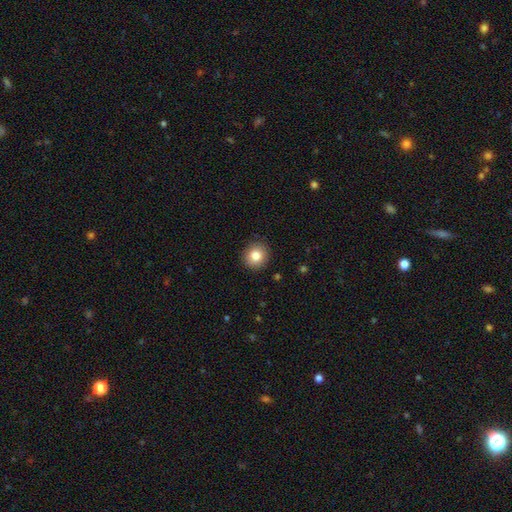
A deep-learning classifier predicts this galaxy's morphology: smooth_or_featured: smooth (p=0.83) [alt: star or artifact p=0.10]
how_rounded: round (p=0.88) [alt: in between p=0.11]
merging: none (p=0.91) [alt: minor disturbance p=0.06]